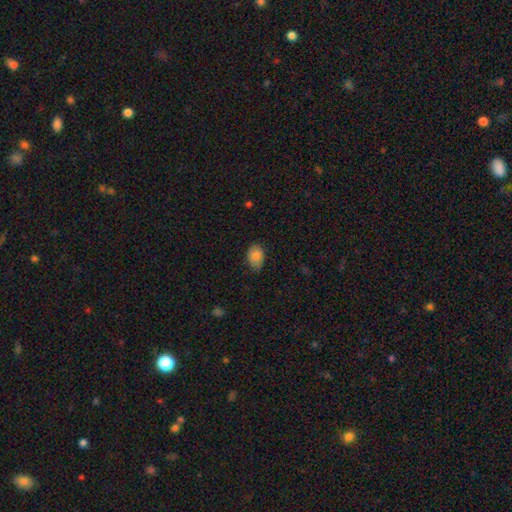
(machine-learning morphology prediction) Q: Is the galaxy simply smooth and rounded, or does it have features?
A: smooth — 83%.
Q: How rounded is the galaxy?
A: in between — 80%.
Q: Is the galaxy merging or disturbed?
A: none — 71%.